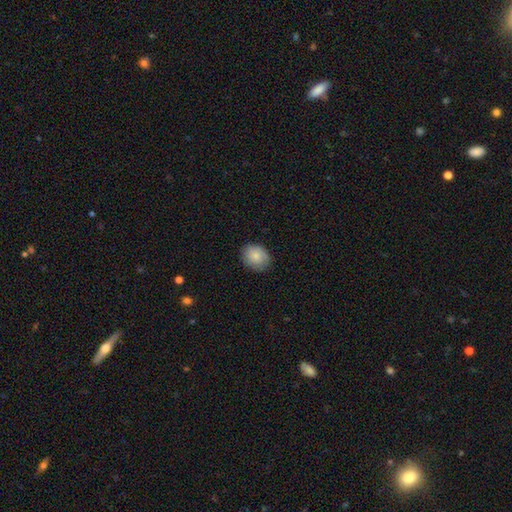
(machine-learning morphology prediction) smooth 84%, featured or disk 9%, star or artifact 7%. Down the decision tree: how rounded — round (55%); merging — none (82%).